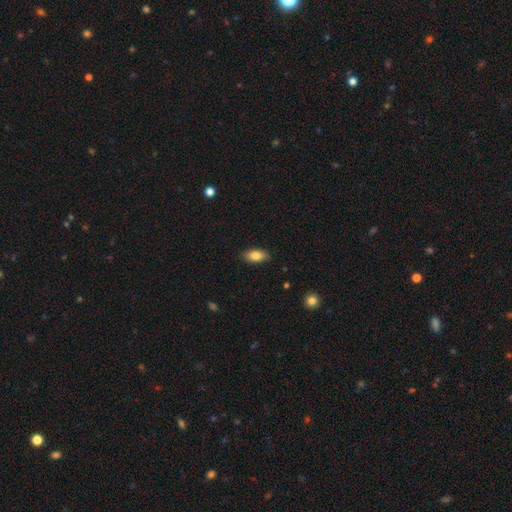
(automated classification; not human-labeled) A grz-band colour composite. It shows a smooth galaxy with no disk features (82%) that is in between round and cigar-shaped (89%). Merging: none (87%).